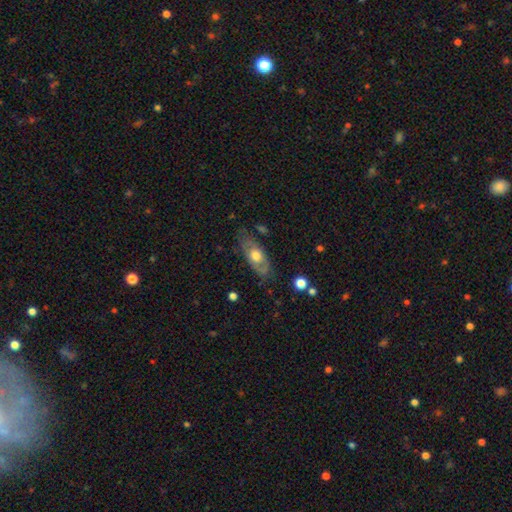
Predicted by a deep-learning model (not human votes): featured or disk 49%, smooth 46%, star or artifact 6%. Down the decision tree: merging — none (64%).